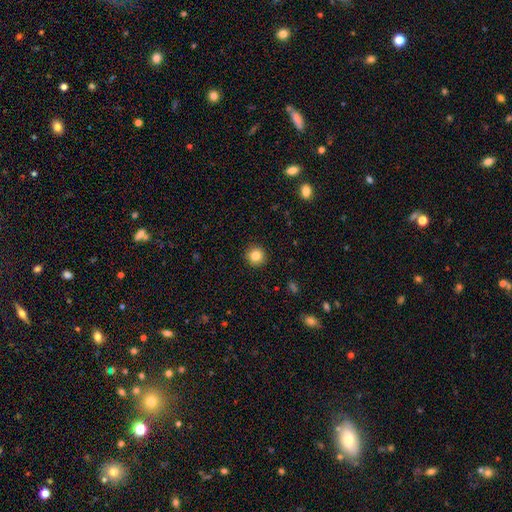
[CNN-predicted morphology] The model was most divided on "smooth or featured": smooth: 84%, star or artifact: 10%, featured or disk: 6%. More confident: how rounded — round (95%); merging — none (93%).